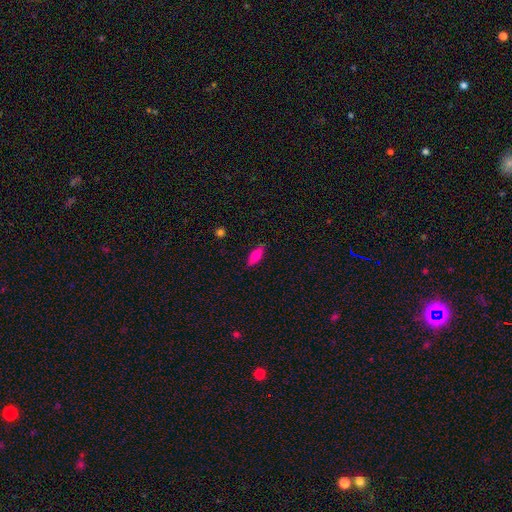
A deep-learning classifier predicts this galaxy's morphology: smooth_or_featured: smooth (p=0.68) [alt: featured or disk p=0.25]
how_rounded: in between (p=0.51) [alt: cigar-shaped p=0.47]
merging: none (p=0.86) [alt: minor disturbance p=0.10]